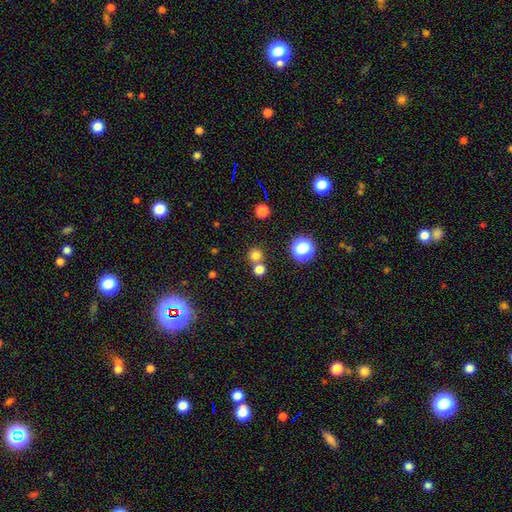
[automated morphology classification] A smooth galaxy with no disk features (74%) that is round (93%). Merging: none (65%).